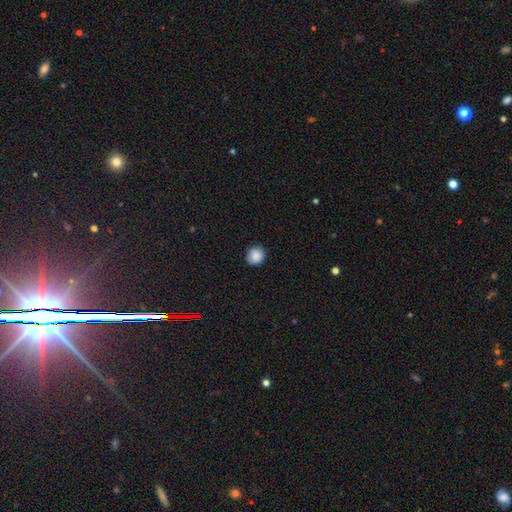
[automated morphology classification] A smooth galaxy with no disk features (88%) that is round (85%).

Vote fractions:
- Smooth or featured? smooth: 88% / star or artifact: 9% / featured or disk: 4%
- How rounded? round: 85% / in between: 14% / cigar-shaped: 1%
- Merging? none: 87% / minor disturbance: 10% / major disturbance: 2% / merger: 1%